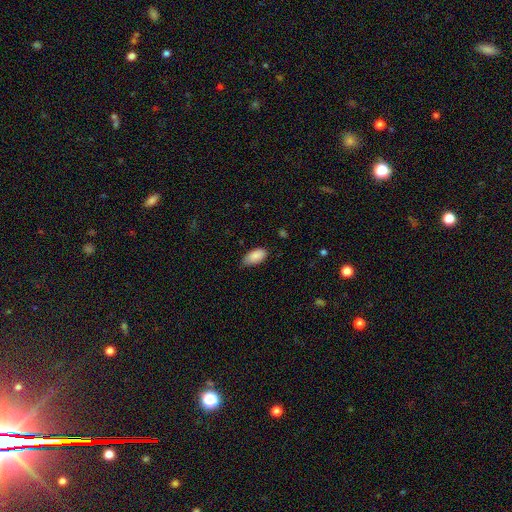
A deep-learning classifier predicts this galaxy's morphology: A smooth galaxy with no disk features (88%) that is in between round and cigar-shaped (94%). Merging: none (67%).